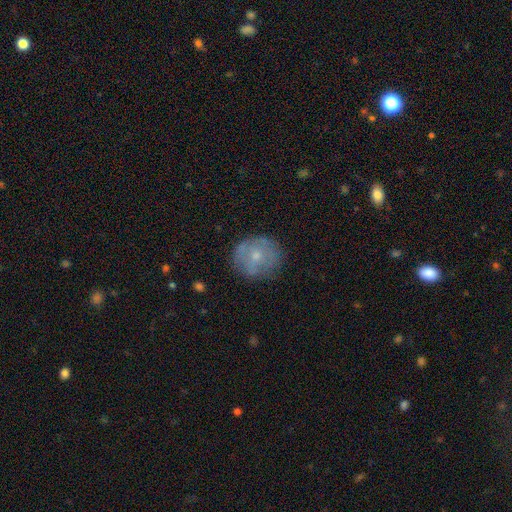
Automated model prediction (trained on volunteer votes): A smooth galaxy with no disk features (52%) that is round (83%).

Vote fractions:
- Smooth or featured? smooth: 52% / featured or disk: 39% / star or artifact: 8%
- How rounded? round: 83% / in between: 16% / cigar-shaped: 1%
- Merging? none: 75% / minor disturbance: 18% / major disturbance: 6% / merger: 1%